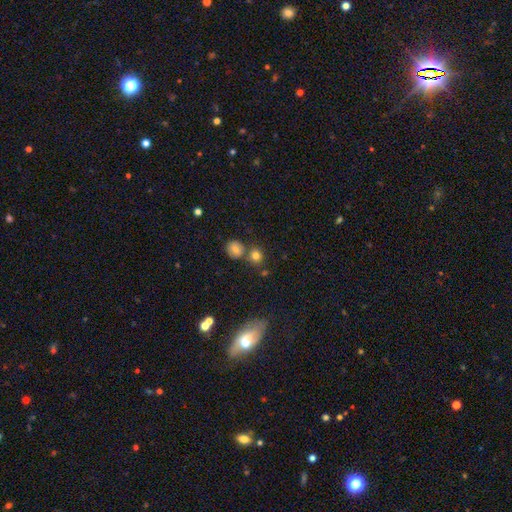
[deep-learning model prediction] This appears to be a smooth galaxy with no disk features (78%) that is round (85%). Merging: none (66%).